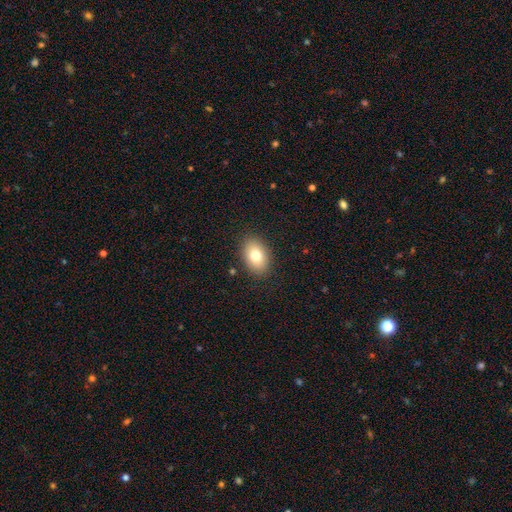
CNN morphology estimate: A smooth galaxy with no disk features (78%) that is in between round and cigar-shaped (84%). Merging: none (87%).